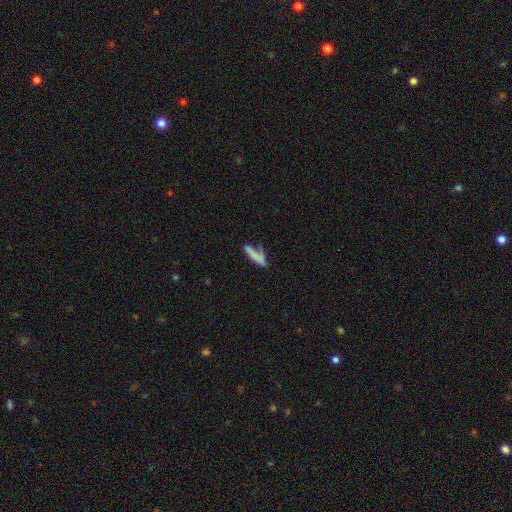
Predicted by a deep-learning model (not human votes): Smooth or featured: smooth — 70% (featured or disk — 22%)
How rounded: cigar-shaped — 73% (in between — 24%)
Merging: none — 42% (minor disturbance — 22%)